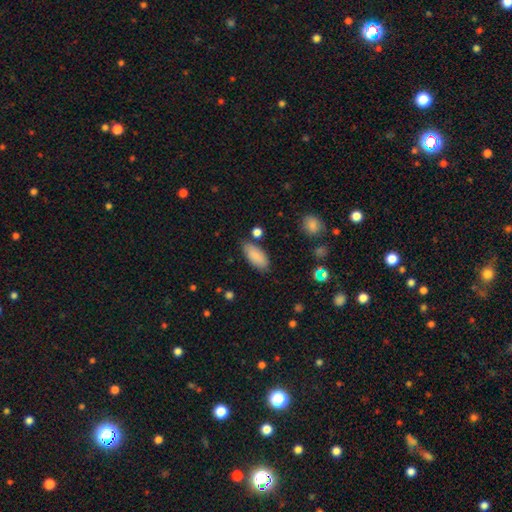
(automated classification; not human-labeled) The model was most divided on "merging": none: 77%, minor disturbance: 16%, merger: 4%, major disturbance: 3%. More confident: how rounded — in between (89%); smooth or featured — smooth (87%).